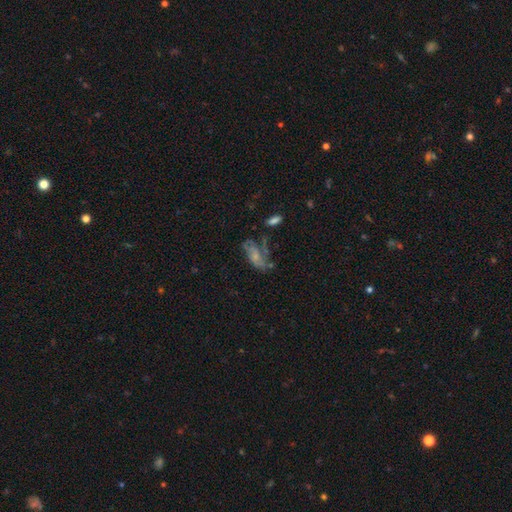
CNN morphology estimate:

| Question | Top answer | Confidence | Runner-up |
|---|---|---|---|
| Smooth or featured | featured or disk | 53% | smooth (36%) |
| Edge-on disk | no | 93% | yes (7%) |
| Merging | none | 39% | major disturbance (27%) |